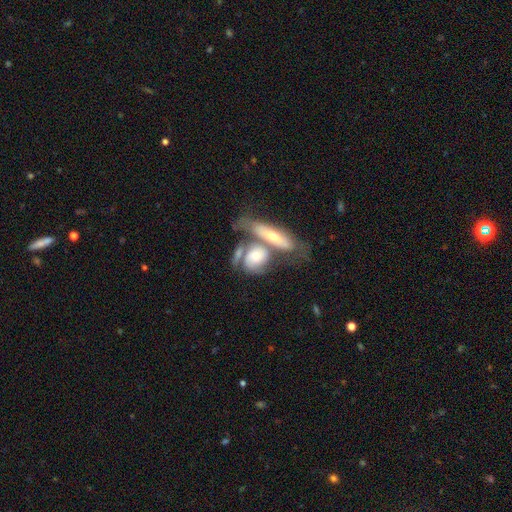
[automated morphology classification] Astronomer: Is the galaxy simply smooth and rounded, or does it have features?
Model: featured or disk — 57% (runner-up: smooth, 38%).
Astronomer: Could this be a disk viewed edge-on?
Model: no — 83%.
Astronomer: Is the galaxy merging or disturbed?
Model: merger — 54%.